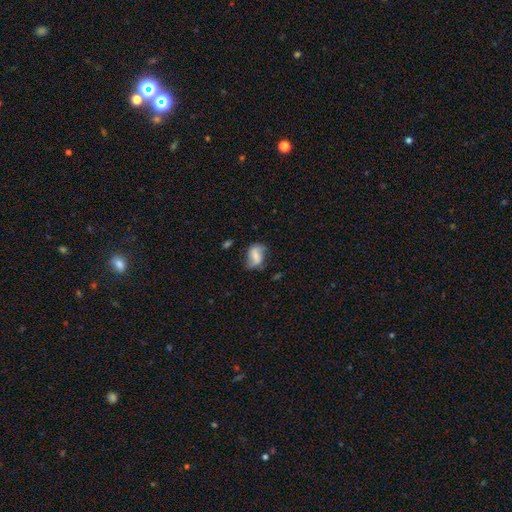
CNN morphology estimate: A smooth galaxy with no disk features (56%) that is in between round and cigar-shaped (78%). Merging: none (54%).